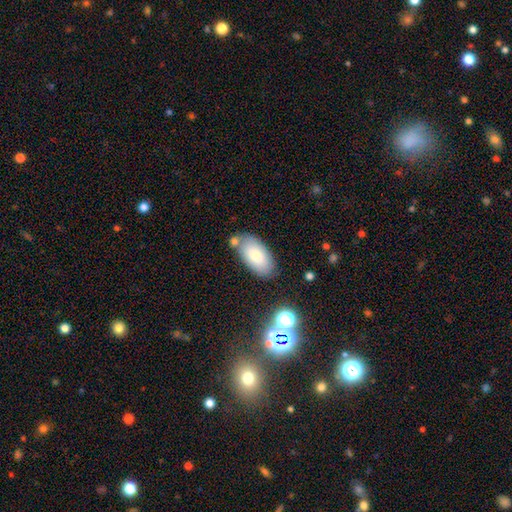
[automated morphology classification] Smooth or featured? Predicted: smooth (p=0.79). How rounded? Predicted: in between (p=0.95). Merging? Predicted: none (p=0.71).